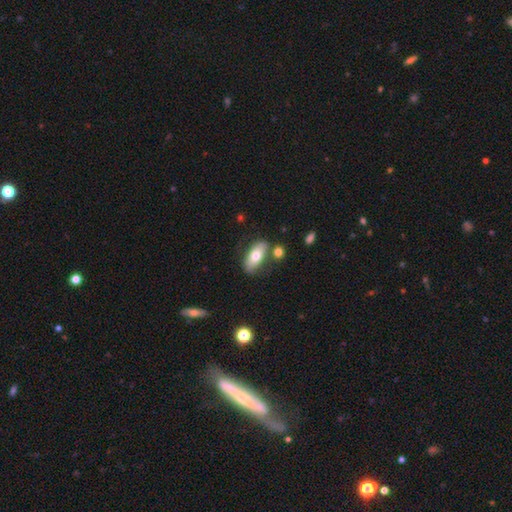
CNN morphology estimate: Smooth or featured?
  - smooth: 69% *
  - featured or disk: 25%
  - star or artifact: 7%
How rounded?
  - in between: 82% *
  - cigar-shaped: 15%
  - round: 3%
Merging?
  - none: 73% *
  - minor disturbance: 14%
  - merger: 9%
  - major disturbance: 4%